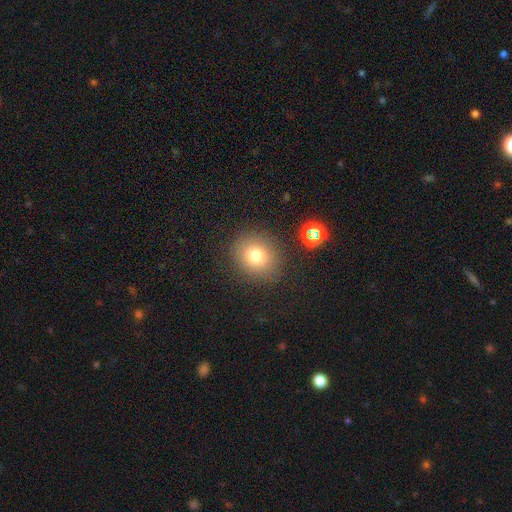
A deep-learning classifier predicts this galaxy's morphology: The model was most divided on "how rounded": round: 71%, in between: 29%, cigar-shaped: 1%. More confident: merging — none (85%); smooth or featured — smooth (79%).